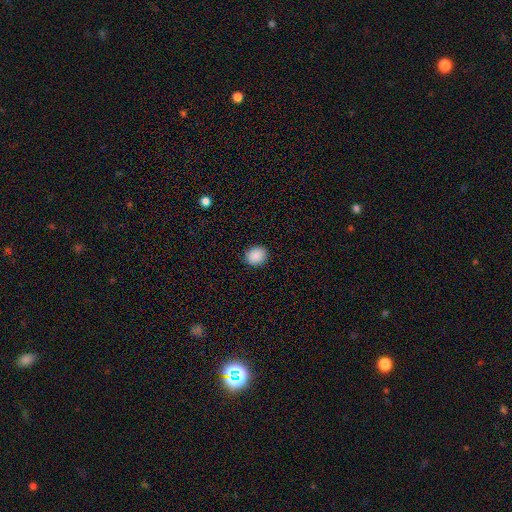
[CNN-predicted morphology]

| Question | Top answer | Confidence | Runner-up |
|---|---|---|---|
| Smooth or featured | smooth | 89% | star or artifact (8%) |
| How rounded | round | 66% | in between (33%) |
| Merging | none | 91% | minor disturbance (7%) |